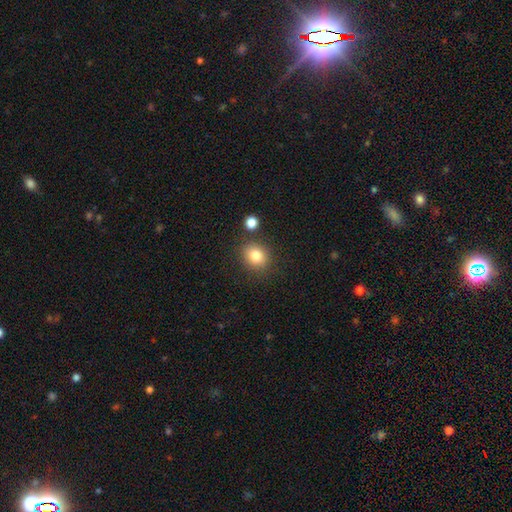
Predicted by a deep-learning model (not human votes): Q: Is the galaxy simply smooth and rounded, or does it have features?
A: smooth — 82%.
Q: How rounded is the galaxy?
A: round — 72%.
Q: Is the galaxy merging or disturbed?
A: none — 81%.